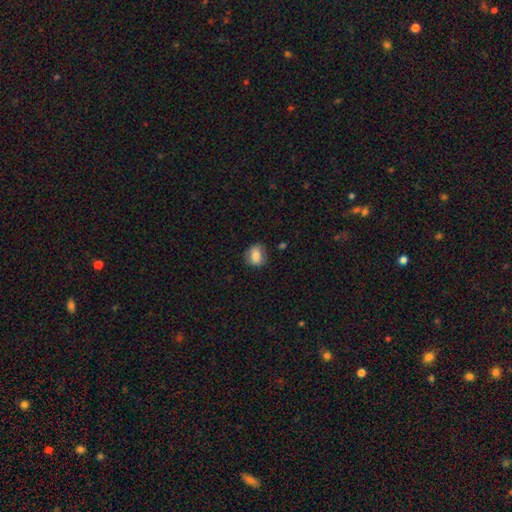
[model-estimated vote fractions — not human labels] smooth 82%, featured or disk 10%, star or artifact 9%. Down the decision tree: how rounded — round (54%); merging — none (73%).